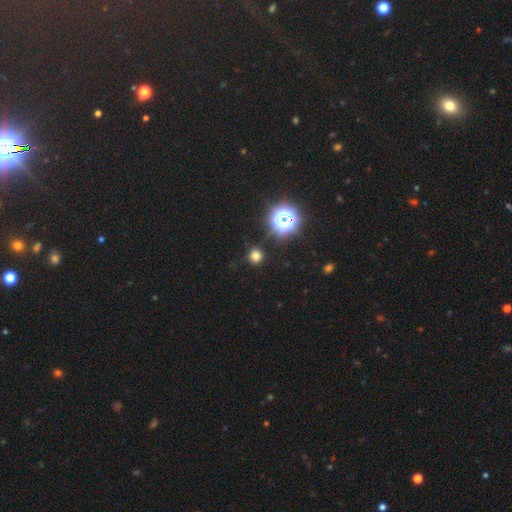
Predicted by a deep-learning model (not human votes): A smooth galaxy with no disk features (71%) that is round (92%).

Vote fractions:
- Smooth or featured? smooth: 71% / star or artifact: 24% / featured or disk: 5%
- How rounded? round: 92% / in between: 7% / cigar-shaped: 1%
- Merging? none: 88% / minor disturbance: 7% / major disturbance: 3% / merger: 2%